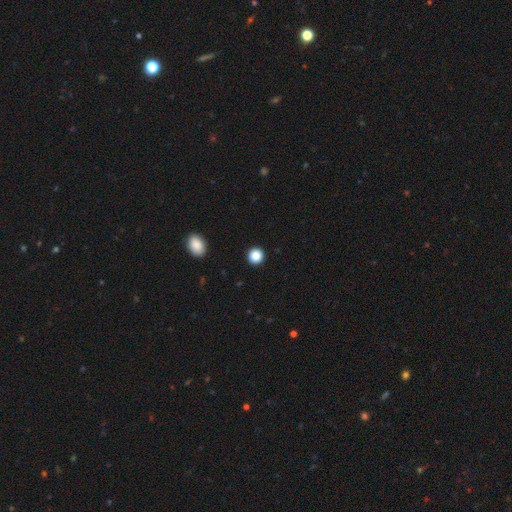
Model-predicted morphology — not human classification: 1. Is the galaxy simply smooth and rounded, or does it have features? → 87% smooth, 10% star or artifact, 3% featured or disk.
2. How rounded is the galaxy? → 94% round, 5% in between, 1% cigar-shaped.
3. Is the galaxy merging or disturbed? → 93% none, 4% minor disturbance, 2% major disturbance, 1% merger.